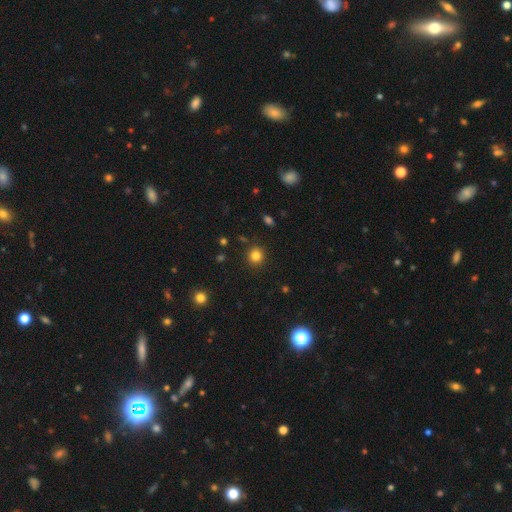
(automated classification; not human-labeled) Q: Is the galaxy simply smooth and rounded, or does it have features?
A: smooth — 82%.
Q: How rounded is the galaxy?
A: round — 90%.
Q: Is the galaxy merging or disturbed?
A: none — 89%.